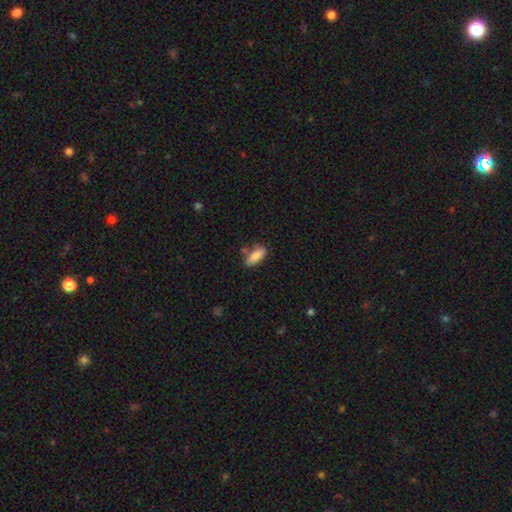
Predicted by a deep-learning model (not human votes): A smooth galaxy with no disk features (83%) that is in between round and cigar-shaped (76%). Merging: none (71%).